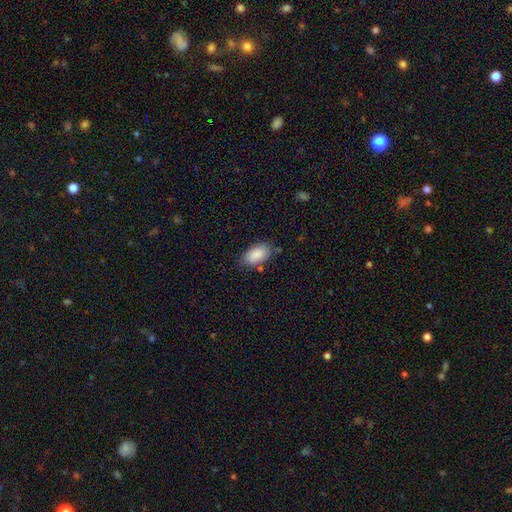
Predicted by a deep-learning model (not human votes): The model was most divided on "merging": none: 73%, minor disturbance: 19%, major disturbance: 4%, merger: 4%. More confident: how rounded — in between (93%); smooth or featured — smooth (88%).